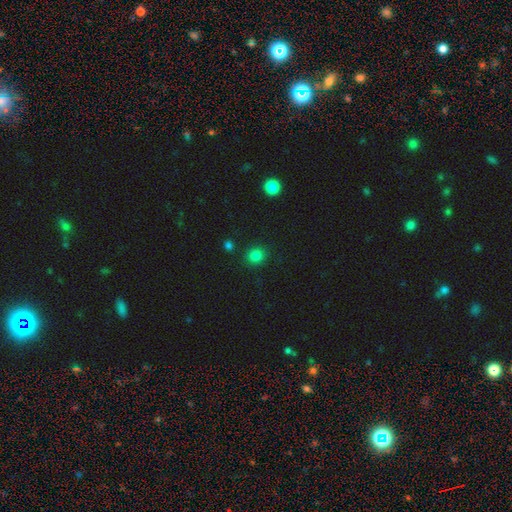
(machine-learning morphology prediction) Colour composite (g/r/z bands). It shows a smooth galaxy with no disk features (82%) that is round (84%). Merging: none (88%).